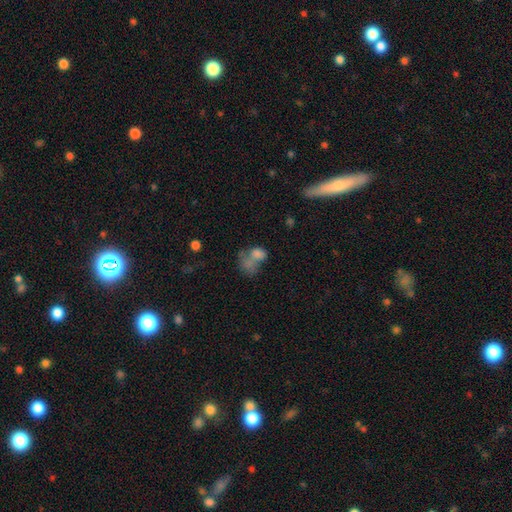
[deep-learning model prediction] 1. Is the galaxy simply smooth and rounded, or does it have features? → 70% smooth, 18% featured or disk, 12% star or artifact.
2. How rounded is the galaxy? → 70% in between, 28% round, 2% cigar-shaped.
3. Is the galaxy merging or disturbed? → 51% merger, 20% none, 17% major disturbance, 11% minor disturbance.